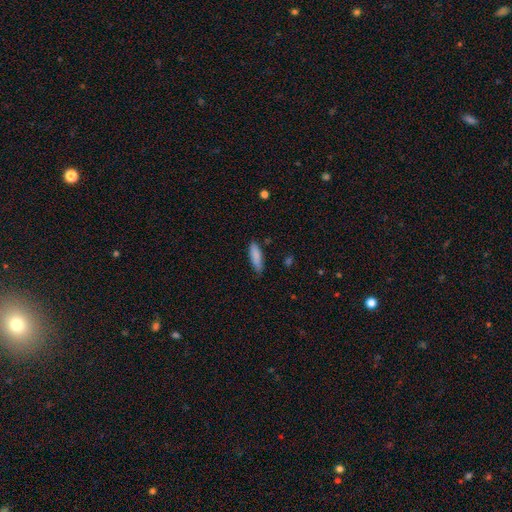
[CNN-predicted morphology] Smooth or featured? Predicted: smooth (p=0.86). How rounded? Predicted: cigar-shaped (p=0.64). Merging? Predicted: none (p=0.77).